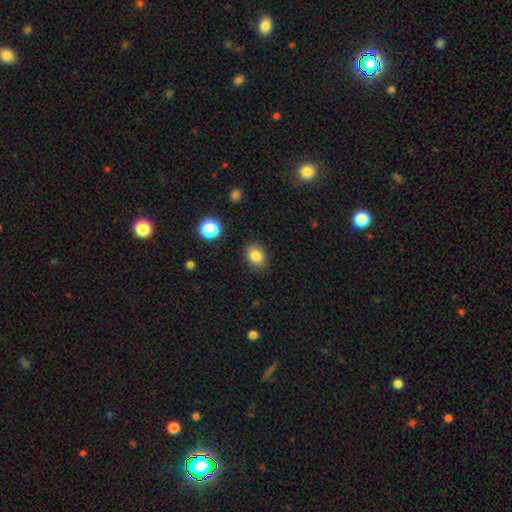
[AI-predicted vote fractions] Smooth or featured: smooth — 84% (star or artifact — 11%)
How rounded: in between — 51% (round — 49%)
Merging: none — 87% (minor disturbance — 9%)